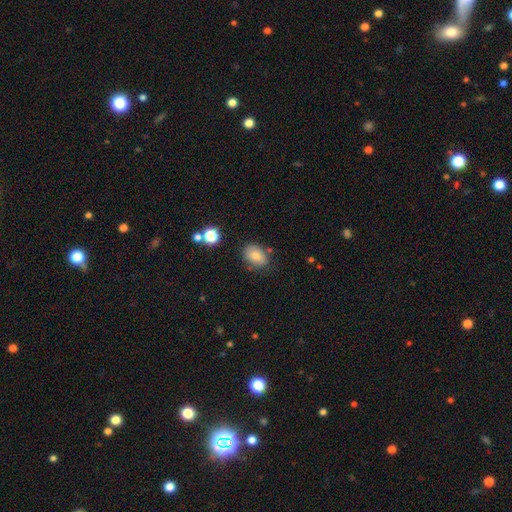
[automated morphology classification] smooth 80%, star or artifact 10%, featured or disk 10%. Down the decision tree: how rounded — in between (71%); merging — none (75%).